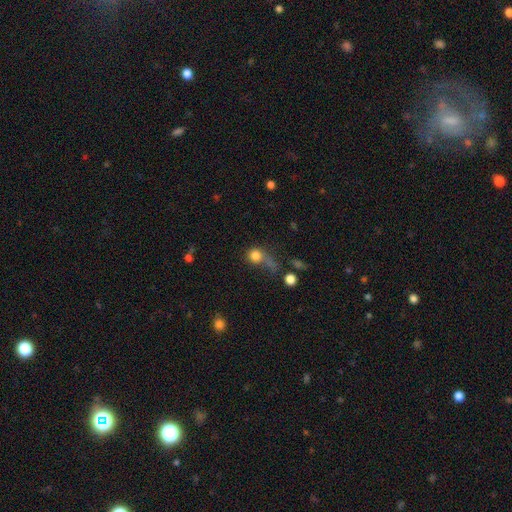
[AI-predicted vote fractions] Smooth or featured? Predicted: smooth (p=0.78). How rounded? Predicted: round (p=0.83). Merging? Predicted: none (p=0.37).